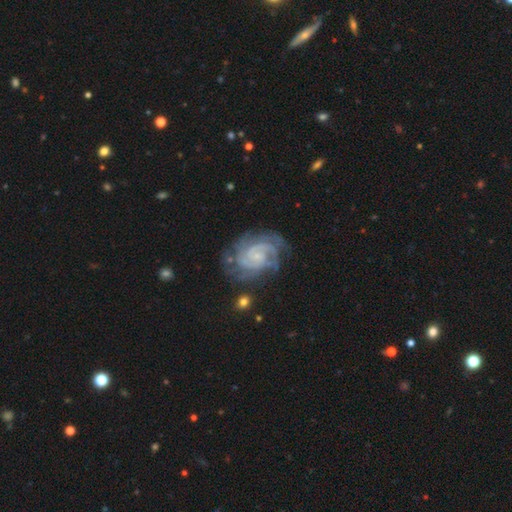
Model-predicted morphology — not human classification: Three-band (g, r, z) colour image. It shows a featured or disk galaxy (90%) with no bar (59%), 2 (37%) tight (67%) spiral arms (98%) and a small central bulge (71%). Merging: none (72%).